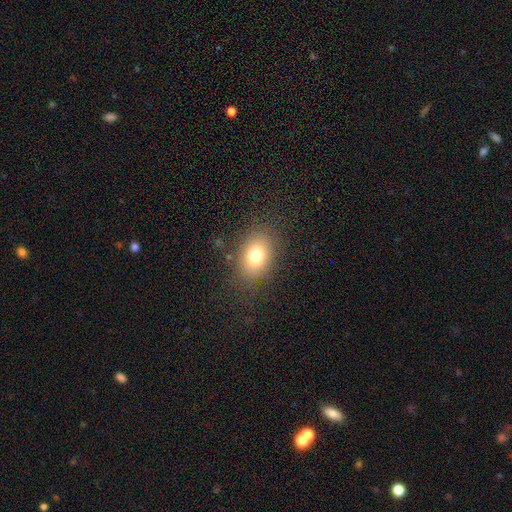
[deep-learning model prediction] Q: Smooth or featured?
A: smooth (76%); runner-up: featured or disk (12%)
Q: How rounded?
A: in between (73%); runner-up: round (26%)
Q: Merging?
A: none (82%); runner-up: minor disturbance (11%)